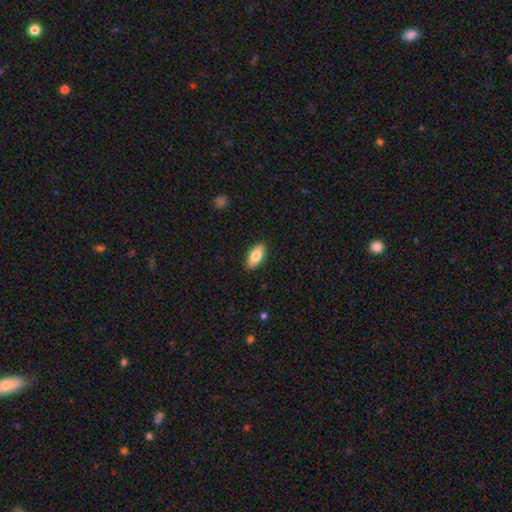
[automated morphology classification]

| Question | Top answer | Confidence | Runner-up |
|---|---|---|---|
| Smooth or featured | smooth | 77% | featured or disk (16%) |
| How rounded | in between | 89% | cigar-shaped (8%) |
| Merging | none | 89% | minor disturbance (8%) |